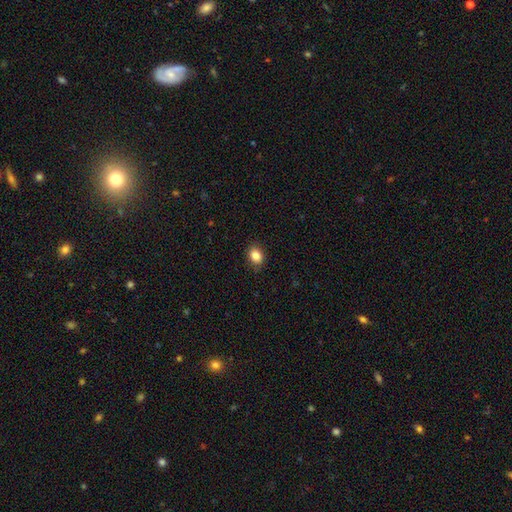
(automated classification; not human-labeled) smooth-or-featured: smooth: 85% | star or artifact: 10% | featured or disk: 5%
  how-rounded: in between: 63% | round: 36% | cigar-shaped: 1%
  merging: none: 85% | minor disturbance: 11% | major disturbance: 2% | merger: 1%